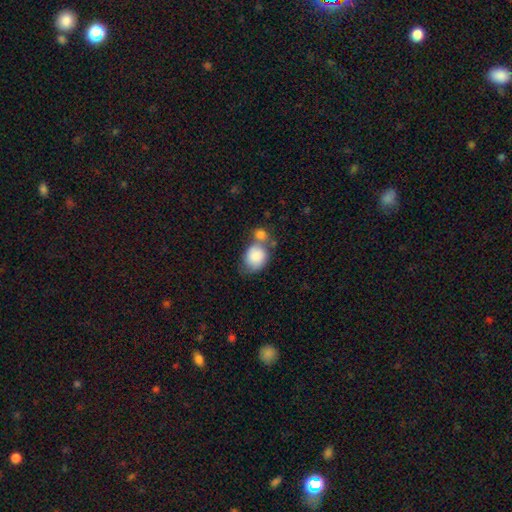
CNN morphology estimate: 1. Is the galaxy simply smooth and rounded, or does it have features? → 84% smooth, 10% featured or disk, 7% star or artifact.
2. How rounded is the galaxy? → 51% round, 48% in between, 1% cigar-shaped.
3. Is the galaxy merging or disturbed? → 44% merger, 32% none, 17% minor disturbance, 7% major disturbance.